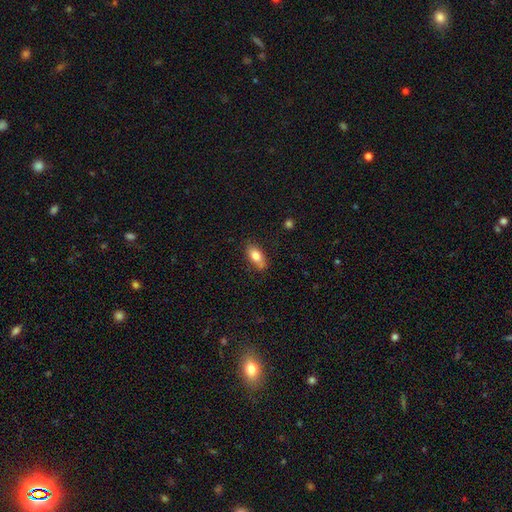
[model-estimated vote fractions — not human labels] A smooth galaxy with no disk features (79%) that is in between round and cigar-shaped (86%).

Vote fractions:
- Smooth or featured? smooth: 79% / featured or disk: 14% / star or artifact: 7%
- How rounded? in between: 86% / cigar-shaped: 9% / round: 5%
- Merging? none: 75% / minor disturbance: 18% / major disturbance: 3% / merger: 3%